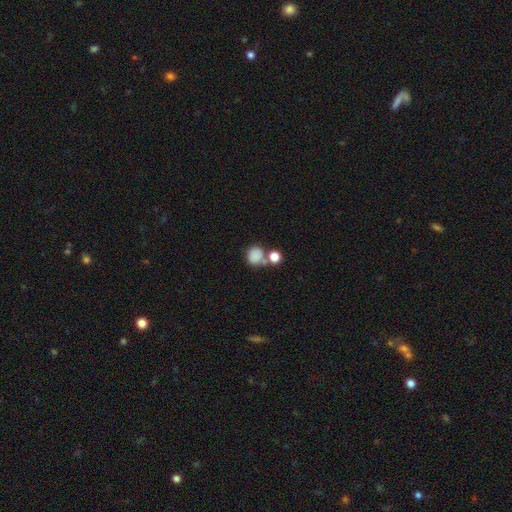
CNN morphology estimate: Smooth or featured? Predicted: smooth (p=0.81). How rounded? Predicted: round (p=0.80). Merging? Predicted: none (p=0.49).